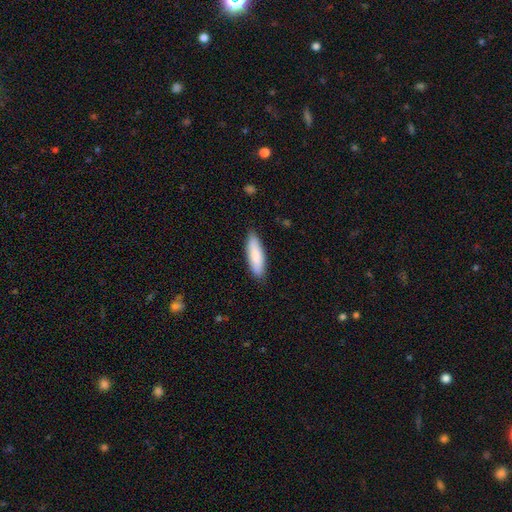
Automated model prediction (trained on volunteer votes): This is clearly a smooth galaxy (83%). How rounded: possibly in between (50%). Merging: clearly none (87%).